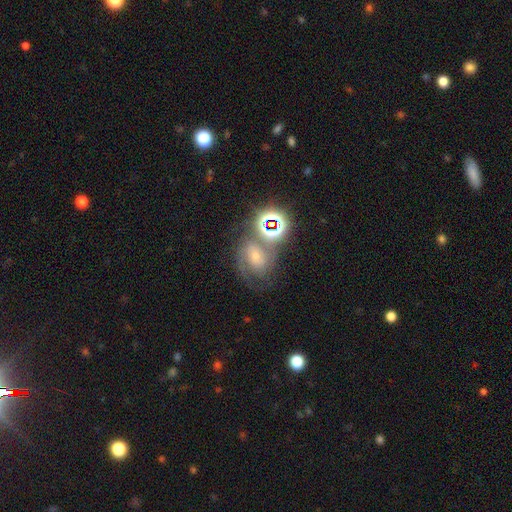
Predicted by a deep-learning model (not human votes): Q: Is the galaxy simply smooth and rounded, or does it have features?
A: featured or disk — 53%.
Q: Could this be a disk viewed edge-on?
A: no — 96%.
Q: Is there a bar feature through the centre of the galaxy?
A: no — 49%.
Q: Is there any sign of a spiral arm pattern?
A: yes — 88%.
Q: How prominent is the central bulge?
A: small — 56%.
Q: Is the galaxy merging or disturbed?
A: none — 53%.